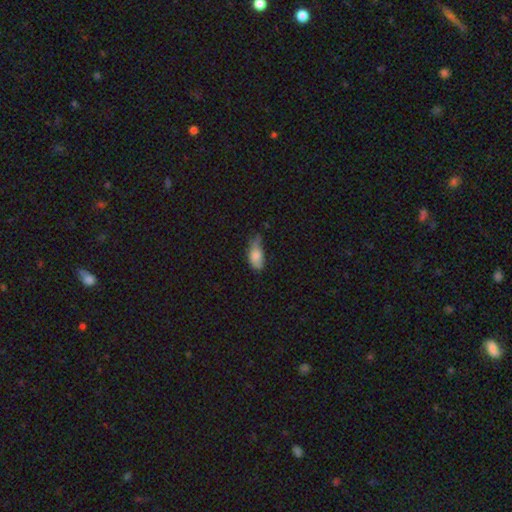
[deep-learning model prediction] Smooth or featured?
  - smooth: 77% *
  - featured or disk: 15%
  - star or artifact: 8%
How rounded?
  - in between: 86% *
  - cigar-shaped: 9%
  - round: 5%
Merging?
  - minor disturbance: 45% *
  - none: 32%
  - major disturbance: 19%
  - merger: 4%